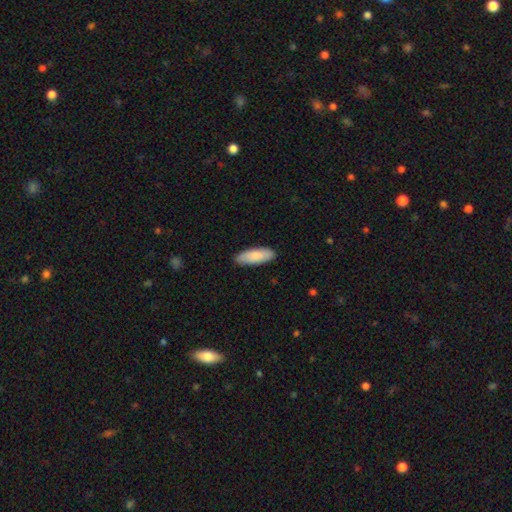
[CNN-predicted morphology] This appears to be a smooth galaxy with no disk features (85%) that is in between round and cigar-shaped (65%). Merging: none (88%).